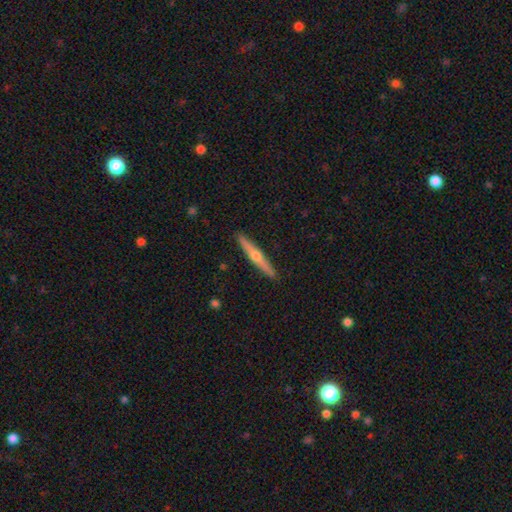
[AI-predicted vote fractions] Smooth or featured? Predicted: featured or disk (p=0.63). Edge-on disk? Predicted: yes (p=0.97). Edge-on bulge? Predicted: rounded (p=0.89). Merging? Predicted: none (p=0.91).